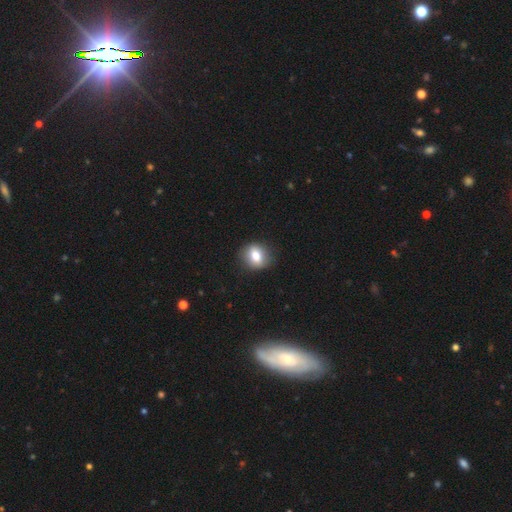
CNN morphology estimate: Smooth or featured? Predicted: smooth (p=0.76). How rounded? Predicted: round (p=0.54). Merging? Predicted: none (p=0.85).